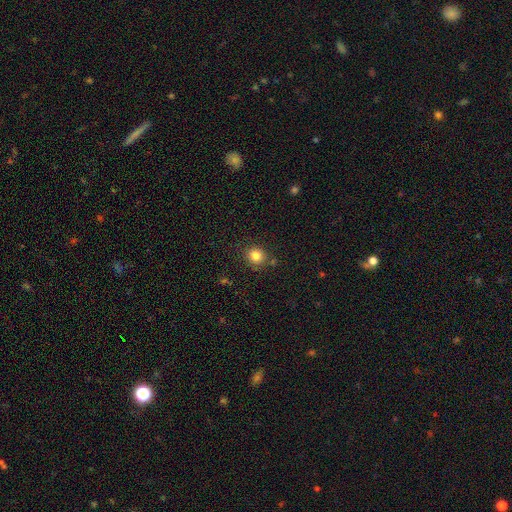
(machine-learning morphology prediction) A smooth galaxy with no disk features (82%) that is round (85%). Merging: none (83%).